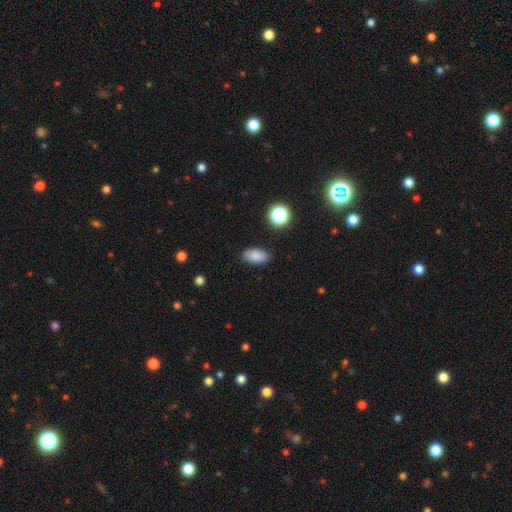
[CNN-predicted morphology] Q: Smooth or featured?
A: smooth (83%); runner-up: star or artifact (10%)
Q: How rounded?
A: in between (91%); runner-up: round (5%)
Q: Merging?
A: none (87%); runner-up: minor disturbance (10%)